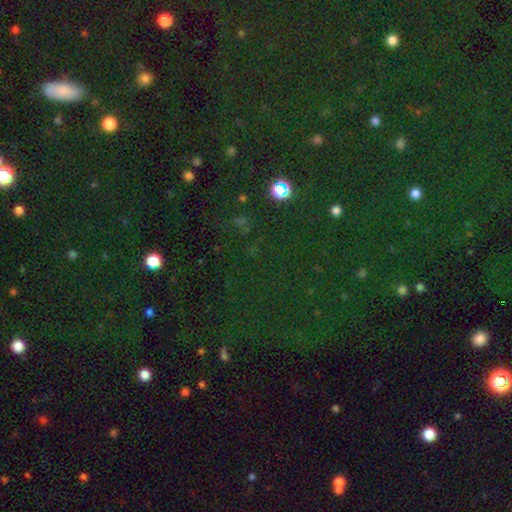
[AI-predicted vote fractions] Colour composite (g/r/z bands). It shows a star or artifact, not a galaxy (76%).